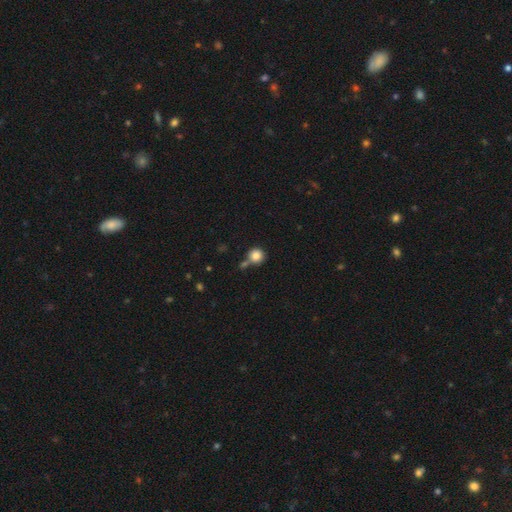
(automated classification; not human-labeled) Smooth or featured? Predicted: smooth (p=0.85). How rounded? Predicted: round (p=0.93). Merging? Predicted: none (p=0.64).